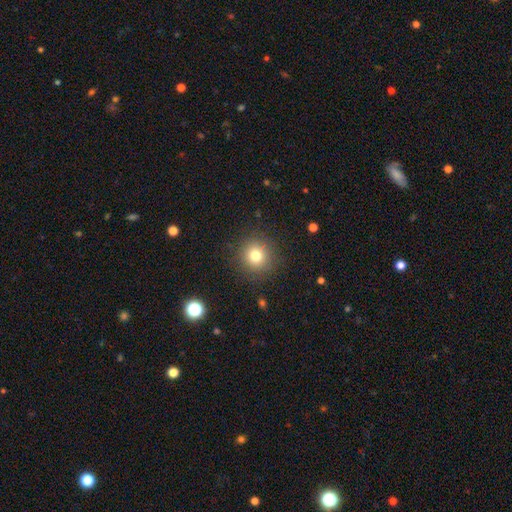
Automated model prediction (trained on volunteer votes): smooth-or-featured: smooth: 77% | star or artifact: 14% | featured or disk: 8%
  how-rounded: round: 93% | in between: 6% | cigar-shaped: 1%
  merging: none: 89% | minor disturbance: 7% | major disturbance: 3% | merger: 1%